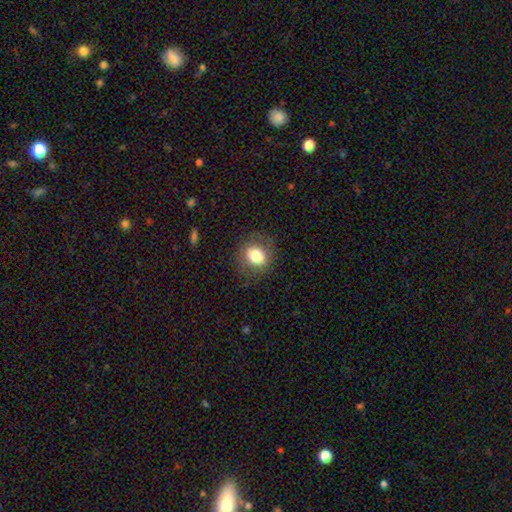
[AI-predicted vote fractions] A smooth galaxy with no disk features (75%) that is round (63%).

Vote fractions:
- Smooth or featured? smooth: 75% / featured or disk: 15% / star or artifact: 10%
- How rounded? round: 63% / in between: 36% / cigar-shaped: 1%
- Merging? none: 81% / minor disturbance: 12% / major disturbance: 6% / merger: 1%